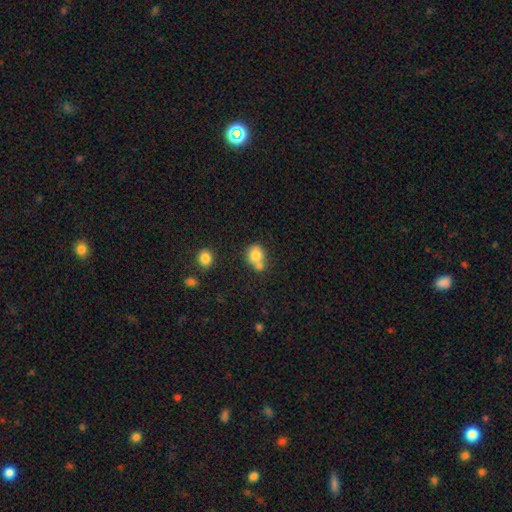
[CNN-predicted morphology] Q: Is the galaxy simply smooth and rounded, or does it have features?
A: smooth — 77%.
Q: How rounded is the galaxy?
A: round — 75%.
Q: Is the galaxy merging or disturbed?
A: none — 43%.